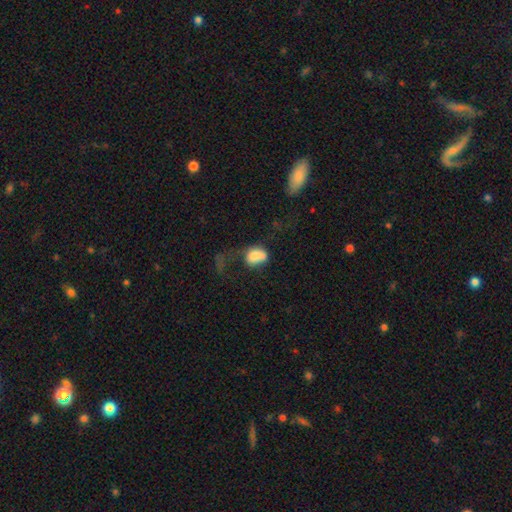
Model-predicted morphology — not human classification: Q: Smooth or featured?
A: smooth (74%); runner-up: featured or disk (16%)
Q: How rounded?
A: in between (74%); runner-up: round (24%)
Q: Merging?
A: major disturbance (46%); runner-up: none (20%)